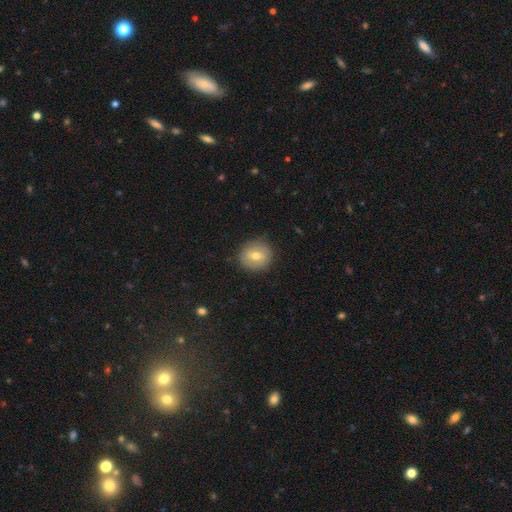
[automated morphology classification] type=smooth (63%); roundness=round (85%); merging=none (83%).